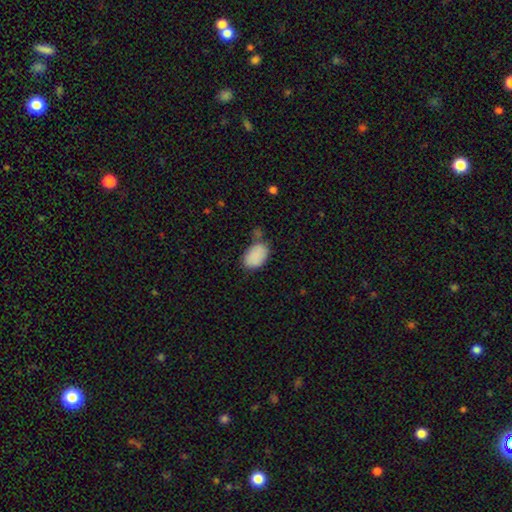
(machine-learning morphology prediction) A smooth galaxy with no disk features (87%) that is in between round and cigar-shaped (91%). Merging: none (56%).